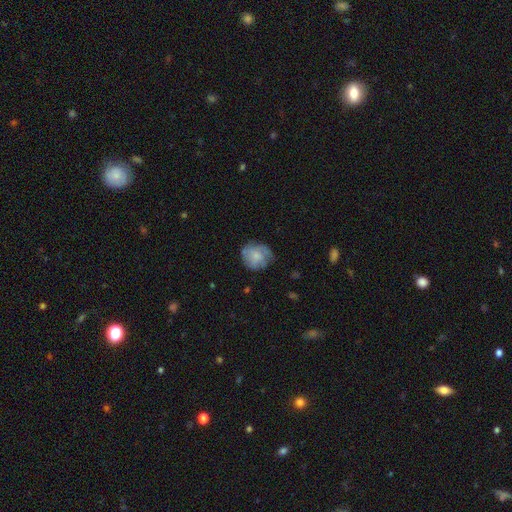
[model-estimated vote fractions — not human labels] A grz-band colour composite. It shows a smooth galaxy with no disk features (58%) that is round (76%). Merging: none (58%).